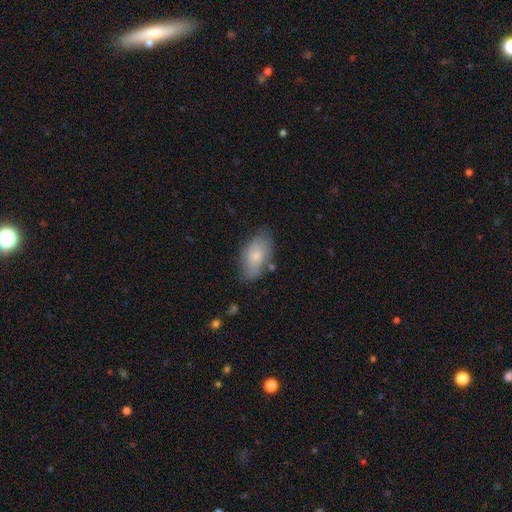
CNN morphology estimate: This appears to be a smooth galaxy with no disk features (70%) that is in between round and cigar-shaped (92%). Merging: none (69%).